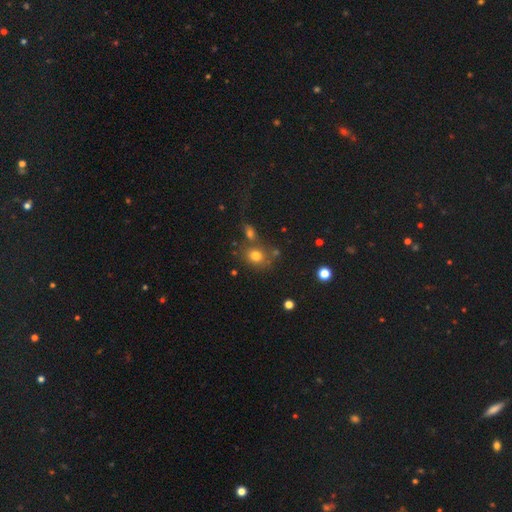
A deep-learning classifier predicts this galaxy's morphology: Overall: smooth (76%). How rounded: round (66%; in between 33%). Merging: none (63%).